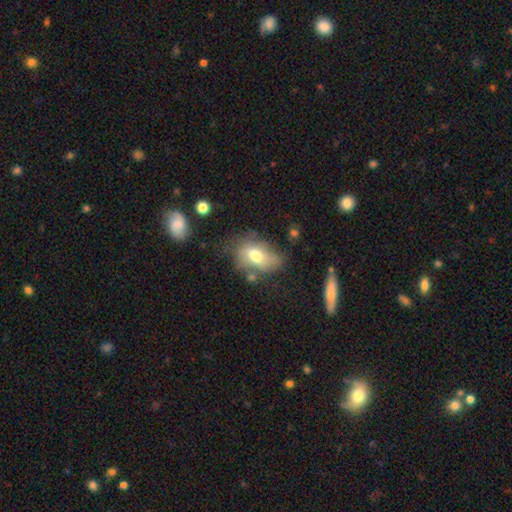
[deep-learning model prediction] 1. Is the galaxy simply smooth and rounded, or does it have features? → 64% smooth, 26% featured or disk, 10% star or artifact.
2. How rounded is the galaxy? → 81% in between, 17% round, 2% cigar-shaped.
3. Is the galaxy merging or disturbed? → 42% none, 30% minor disturbance, 20% major disturbance, 8% merger.